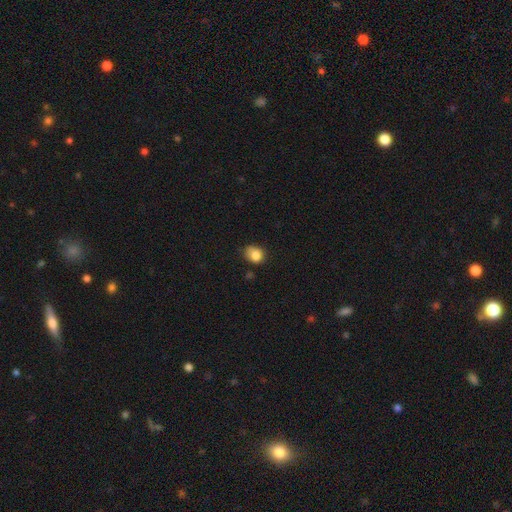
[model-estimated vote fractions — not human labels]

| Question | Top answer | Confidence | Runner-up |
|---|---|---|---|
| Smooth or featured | smooth | 84% | star or artifact (10%) |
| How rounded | round | 59% | in between (40%) |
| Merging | none | 56% | minor disturbance (34%) |